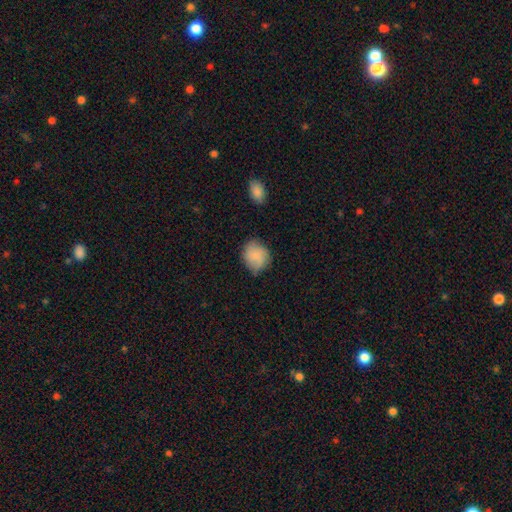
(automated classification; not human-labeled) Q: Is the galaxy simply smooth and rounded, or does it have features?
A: smooth — 79%.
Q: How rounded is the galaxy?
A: round — 72%.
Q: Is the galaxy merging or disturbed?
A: none — 73%.